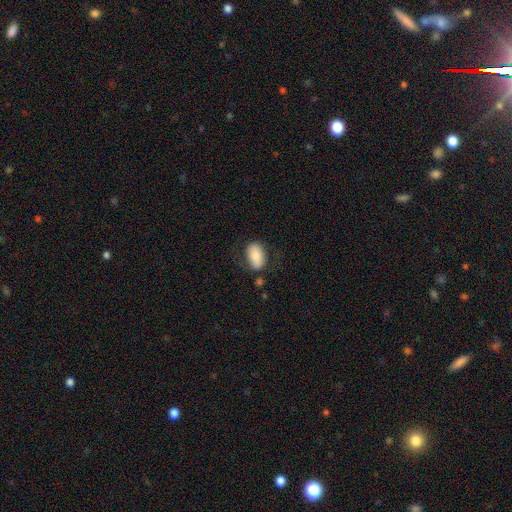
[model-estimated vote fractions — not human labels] smooth-or-featured: smooth: 75% | featured or disk: 18% | star or artifact: 7%
  how-rounded: in between: 91% | round: 7% | cigar-shaped: 2%
  merging: none: 67% | minor disturbance: 20% | major disturbance: 9% | merger: 3%